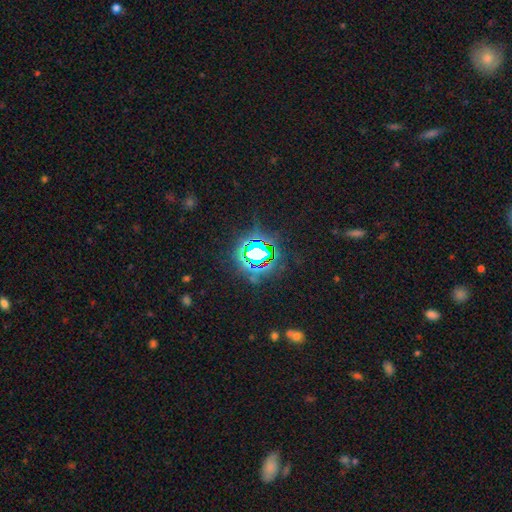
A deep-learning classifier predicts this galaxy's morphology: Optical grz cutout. It shows a star or artifact, not a galaxy (78%).